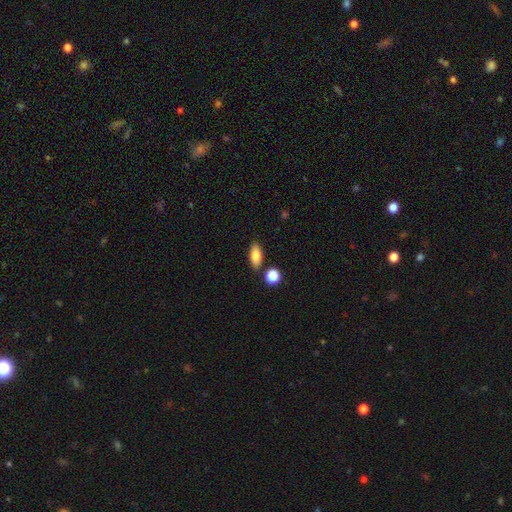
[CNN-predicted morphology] Smooth or featured?
  - smooth: 83% *
  - featured or disk: 9%
  - star or artifact: 8%
How rounded?
  - in between: 81% *
  - cigar-shaped: 13%
  - round: 5%
Merging?
  - none: 82% *
  - minor disturbance: 10%
  - merger: 6%
  - major disturbance: 2%